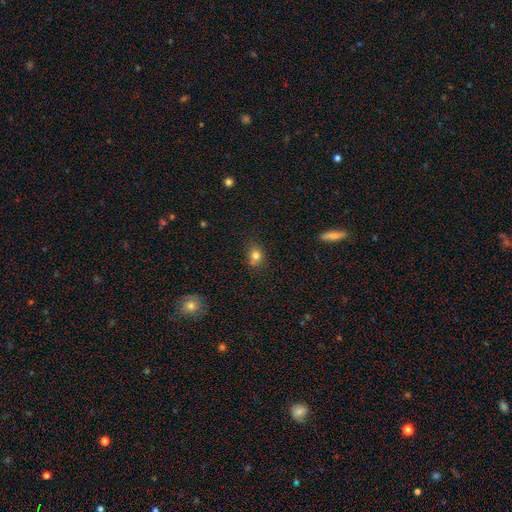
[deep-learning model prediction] Smooth or featured? smooth (78%)
How rounded? round (55%)
Merging? none (67%)